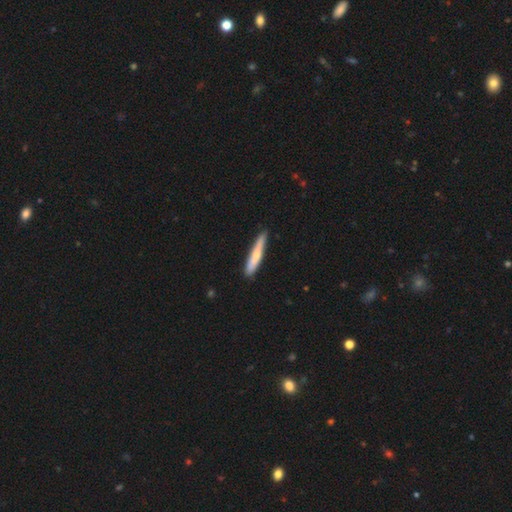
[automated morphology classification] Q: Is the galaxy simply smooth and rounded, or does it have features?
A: smooth — 58%.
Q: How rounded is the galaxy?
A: cigar-shaped — 92%.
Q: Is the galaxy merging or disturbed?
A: none — 83%.